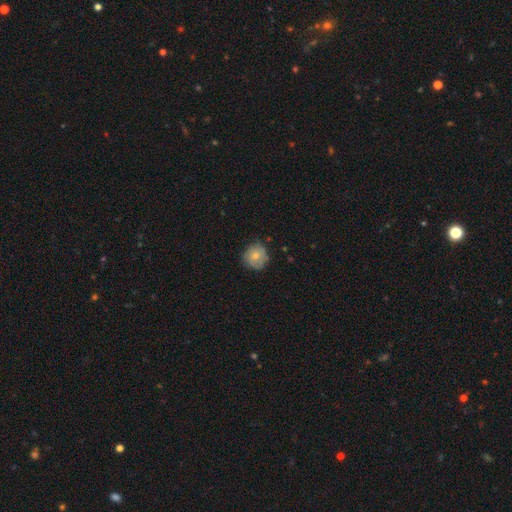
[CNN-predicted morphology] This appears to be a smooth galaxy with no disk features (70%) that is round (90%). Merging: none (75%).